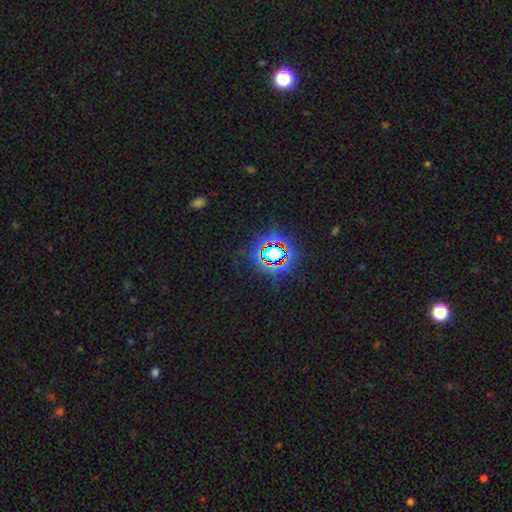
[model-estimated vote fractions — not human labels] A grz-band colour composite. It shows a star or artifact, not a galaxy (73%).